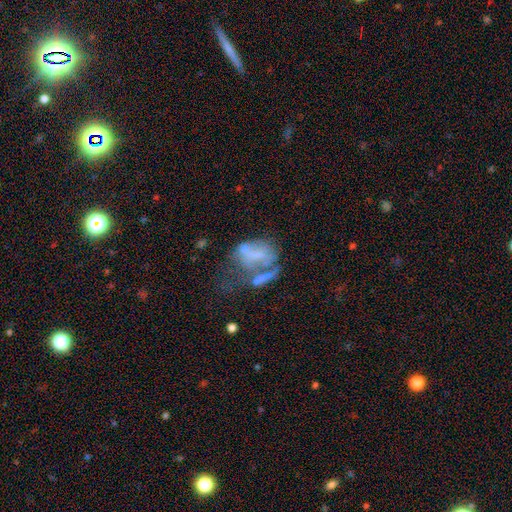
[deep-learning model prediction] Smooth or featured? featured or disk (52%)
Edge-on disk? no (97%)
Bar? no (81%)
Spiral arms? no (88%)
Bulge size? none (66%)
Merging? major disturbance (37%)